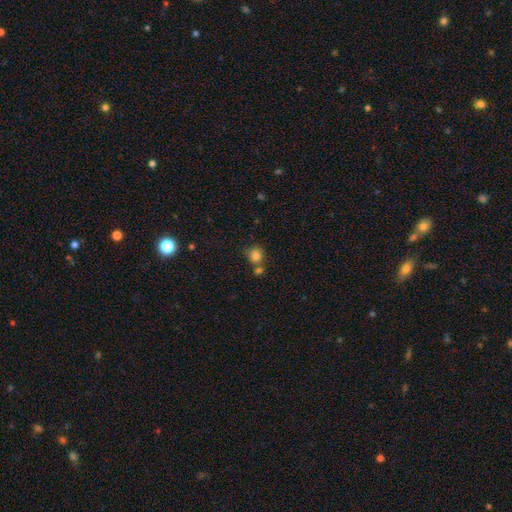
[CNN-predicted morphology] smooth-or-featured: smooth: 81% | star or artifact: 11% | featured or disk: 8%
  how-rounded: round: 81% | in between: 17% | cigar-shaped: 1%
  merging: none: 54% | merger: 27% | minor disturbance: 14% | major disturbance: 5%